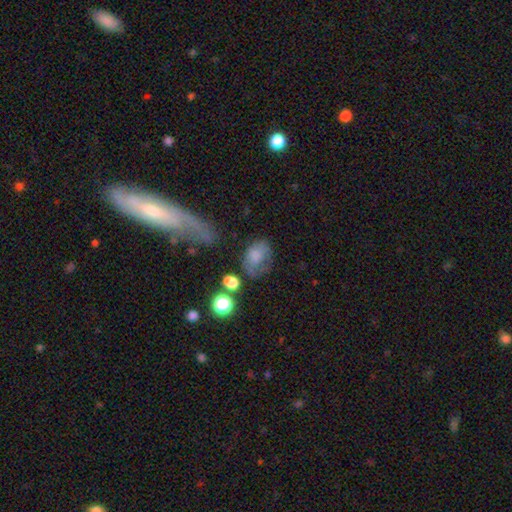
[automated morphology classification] A smooth galaxy with no disk features (67%) that is in between round and cigar-shaped (73%).

Vote fractions:
- Smooth or featured? smooth: 67% / featured or disk: 22% / star or artifact: 12%
- How rounded? in between: 73% / round: 25% / cigar-shaped: 1%
- Merging? none: 43% / minor disturbance: 28% / major disturbance: 22% / merger: 7%